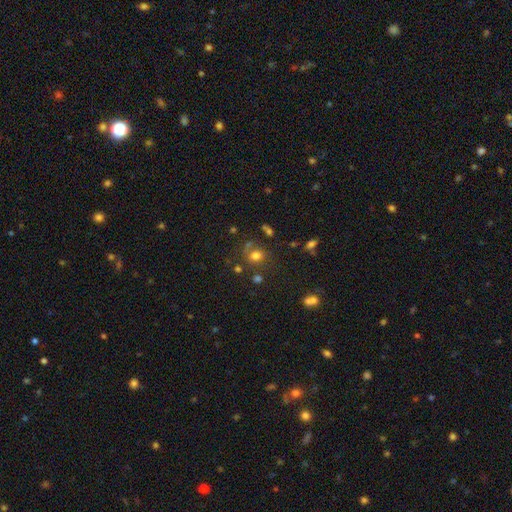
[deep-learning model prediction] A smooth galaxy with no disk features (71%) that is round (64%). Merging: none (65%).